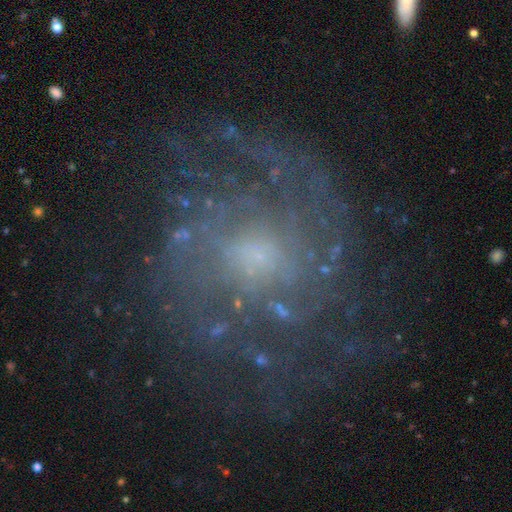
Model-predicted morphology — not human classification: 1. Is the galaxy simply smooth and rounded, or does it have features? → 80% featured or disk, 10% star or artifact, 10% smooth.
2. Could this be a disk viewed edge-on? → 98% no, 2% yes.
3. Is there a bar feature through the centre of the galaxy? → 67% no, 27% weak, 5% strong.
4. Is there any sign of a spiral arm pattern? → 90% yes, 10% no.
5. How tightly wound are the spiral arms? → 46% tight, 39% medium, 15% loose.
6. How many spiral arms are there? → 35% 2, 33% can't tell, 12% 3, 8% 4, 7% more than 4, 7% 1.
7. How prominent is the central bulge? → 56% small, 30% moderate, 8% none, 4% large, 1% dominant.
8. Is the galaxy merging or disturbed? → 70% none, 15% minor disturbance, 13% major disturbance, 2% merger.